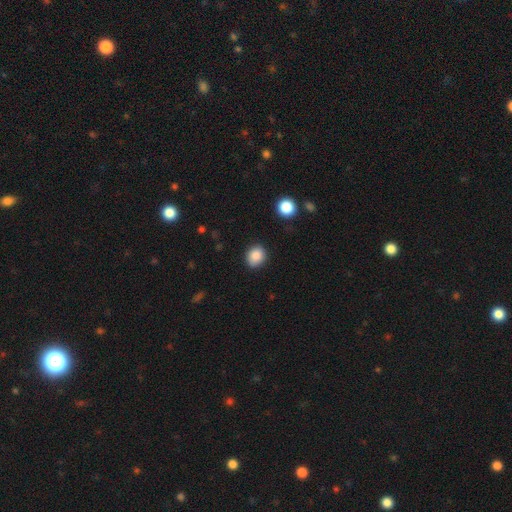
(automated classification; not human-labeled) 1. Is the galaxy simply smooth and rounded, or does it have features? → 87% smooth, 9% star or artifact, 4% featured or disk.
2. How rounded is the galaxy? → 66% round, 33% in between, 1% cigar-shaped.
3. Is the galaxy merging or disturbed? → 87% none, 9% minor disturbance, 2% major disturbance, 1% merger.